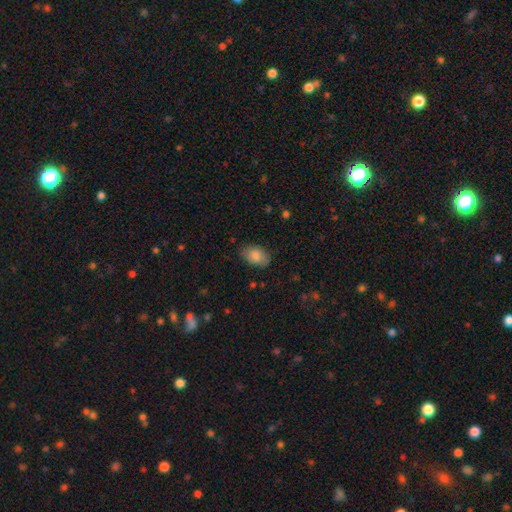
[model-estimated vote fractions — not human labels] smooth-or-featured: smooth: 83% | featured or disk: 9% | star or artifact: 7%
  how-rounded: in between: 87% | round: 12% | cigar-shaped: 1%
  merging: none: 80% | minor disturbance: 16% | major disturbance: 3% | merger: 1%